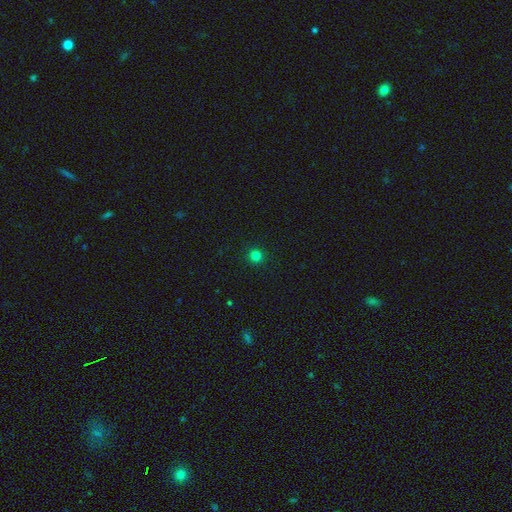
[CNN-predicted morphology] smooth 81%, star or artifact 15%, featured or disk 4%. Down the decision tree: how rounded — round (96%); merging — none (93%).